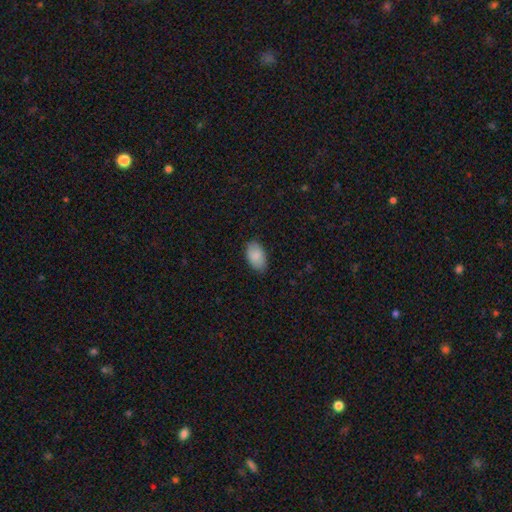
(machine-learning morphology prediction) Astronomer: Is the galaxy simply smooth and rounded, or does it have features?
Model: smooth — 87%.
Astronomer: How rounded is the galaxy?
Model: in between — 93%.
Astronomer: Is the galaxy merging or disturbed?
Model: none — 84%.